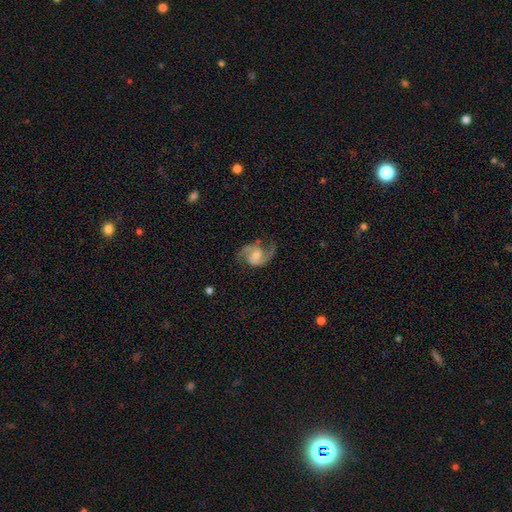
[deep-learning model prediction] Overall: featured or disk (90%). Edge-on disk: no (98%). Bar: no (54%; weak 38%). Spiral arms: yes (98%). Spiral arm count: 2 (93%). Spiral winding: medium (59%; loose 24%). Bulge size: moderate (46%; small 37%). Merging: none (75%).